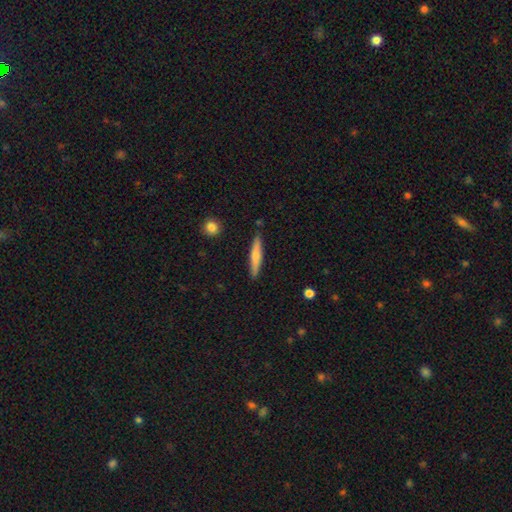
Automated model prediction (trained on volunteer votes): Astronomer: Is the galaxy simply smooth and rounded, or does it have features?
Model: smooth — 63%.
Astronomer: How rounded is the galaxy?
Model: cigar-shaped — 91%.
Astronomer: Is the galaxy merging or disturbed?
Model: none — 87%.